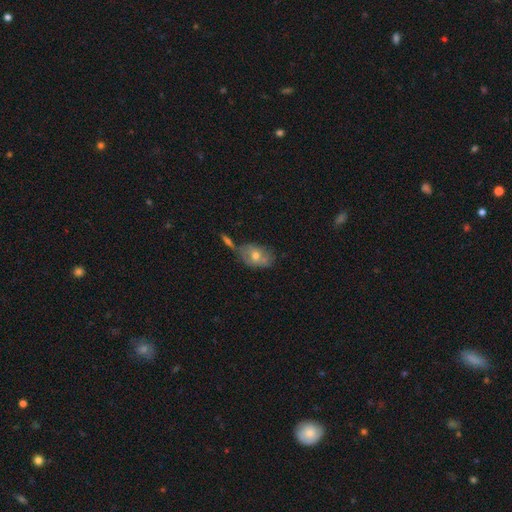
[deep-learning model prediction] This appears to be a smooth galaxy with no disk features (52%) that is in between round and cigar-shaped (79%). Merging: none (48%).